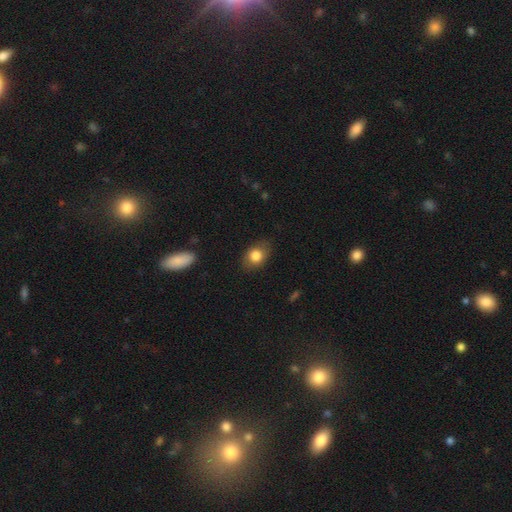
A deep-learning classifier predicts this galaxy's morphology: Smooth or featured: smooth — 81% (featured or disk — 11%)
How rounded: in between — 67% (round — 31%)
Merging: none — 79% (minor disturbance — 16%)